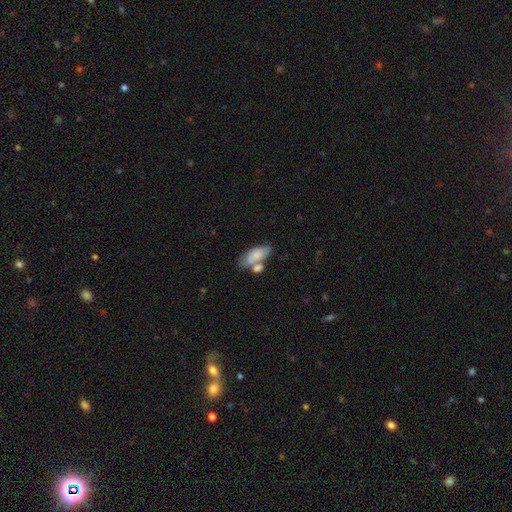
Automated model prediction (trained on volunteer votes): Q: Smooth or featured?
A: smooth (72%); runner-up: featured or disk (21%)
Q: How rounded?
A: in between (89%); runner-up: cigar-shaped (7%)
Q: Merging?
A: merger (42%); runner-up: none (34%)